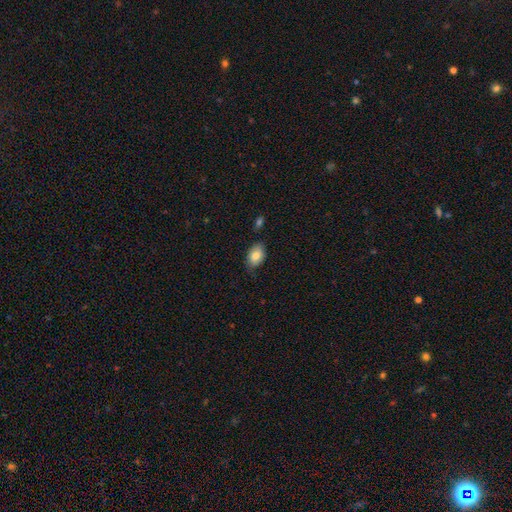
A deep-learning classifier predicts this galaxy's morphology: A smooth galaxy with no disk features (83%) that is in between round and cigar-shaped (88%).

Vote fractions:
- Smooth or featured? smooth: 83% / featured or disk: 10% / star or artifact: 7%
- How rounded? in between: 88% / round: 11% / cigar-shaped: 1%
- Merging? none: 75% / minor disturbance: 19% / major disturbance: 3% / merger: 2%